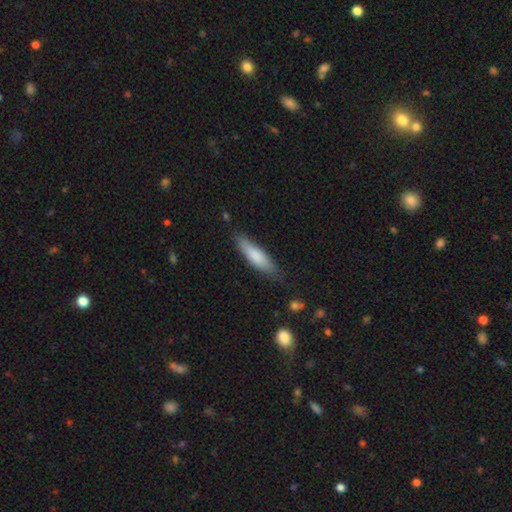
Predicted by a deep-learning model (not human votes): Morphology: type=smooth (80%); roundness=cigar-shaped (67%); merging=none (78%).